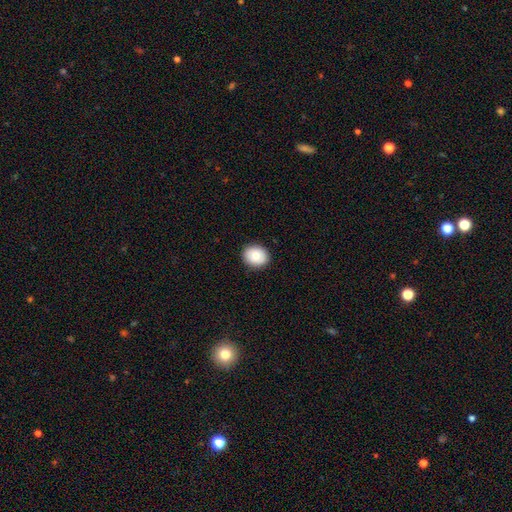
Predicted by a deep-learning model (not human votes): Q: Smooth or featured?
A: smooth (76%); runner-up: featured or disk (16%)
Q: How rounded?
A: round (64%); runner-up: in between (35%)
Q: Merging?
A: none (90%); runner-up: minor disturbance (7%)